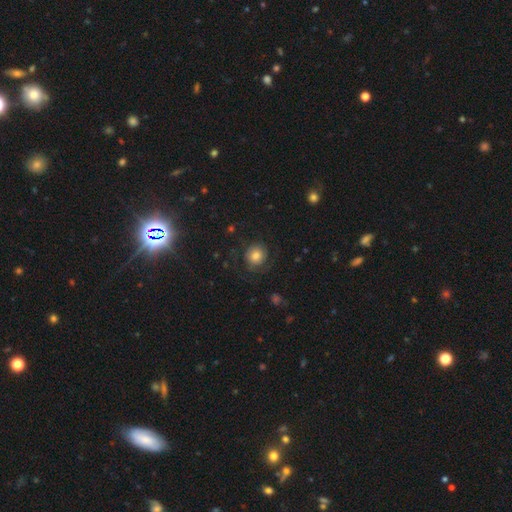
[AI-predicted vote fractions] The model was most divided on "smooth or featured": smooth: 69%, featured or disk: 22%, star or artifact: 10%. More confident: how rounded — round (86%); merging — none (72%).